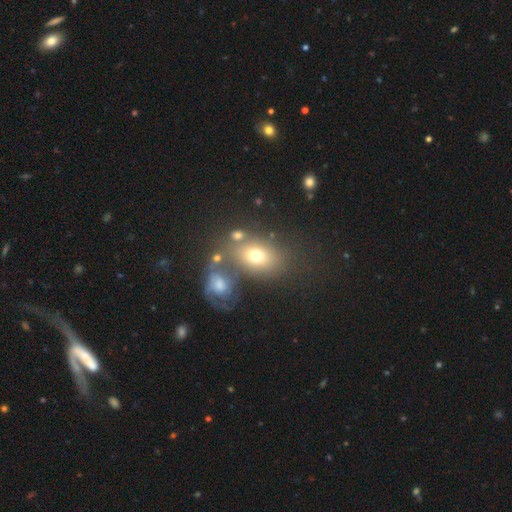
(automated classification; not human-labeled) Smooth or featured? Predicted: smooth (p=0.66). How rounded? Predicted: in between (p=0.66). Merging? Predicted: none (p=0.51).